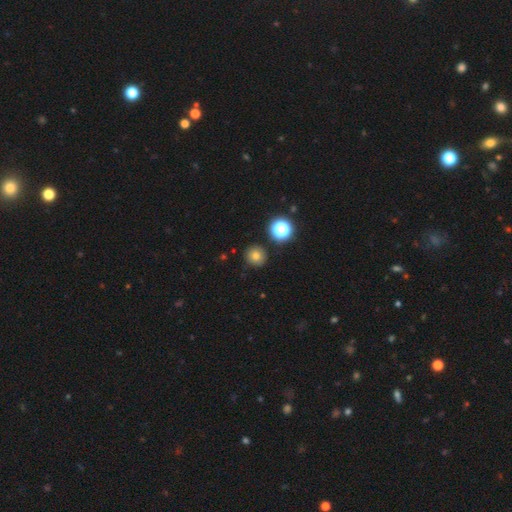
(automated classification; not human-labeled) Smooth or featured: smooth — 74% (star or artifact — 17%)
How rounded: round — 93% (in between — 6%)
Merging: none — 89% (minor disturbance — 7%)